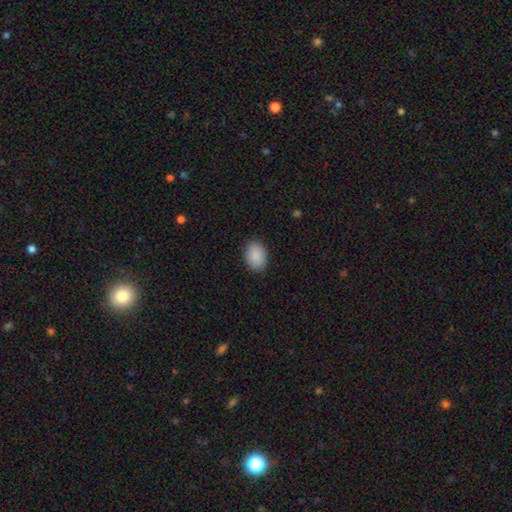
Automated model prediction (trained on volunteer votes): A smooth galaxy with no disk features (90%) that is in between round and cigar-shaped (80%).

Vote fractions:
- Smooth or featured? smooth: 90% / star or artifact: 7% / featured or disk: 3%
- How rounded? in between: 80% / round: 19% / cigar-shaped: 1%
- Merging? none: 88% / minor disturbance: 9% / major disturbance: 2% / merger: 1%